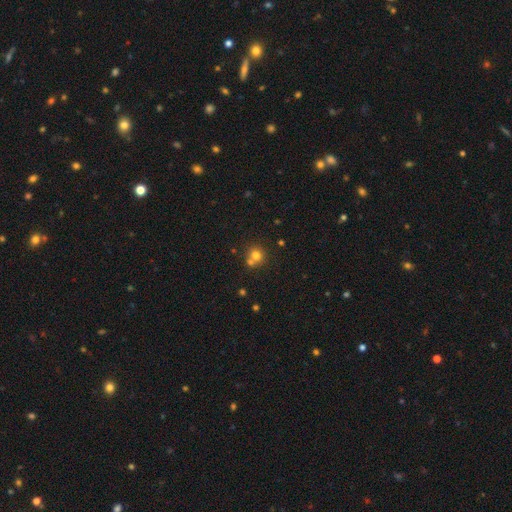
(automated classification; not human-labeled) This is likely a smooth galaxy (74%). How rounded: clearly round (87%). Merging: possibly none (54%).